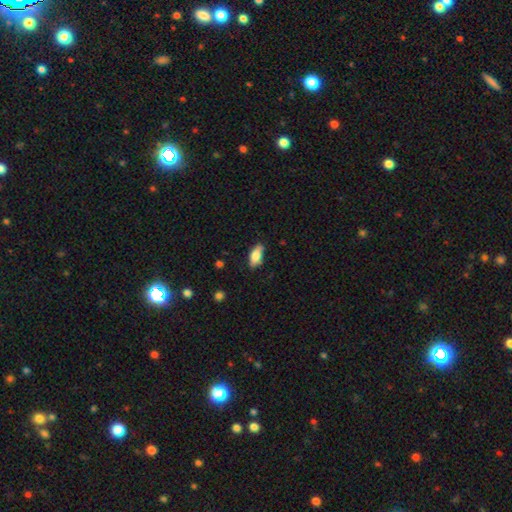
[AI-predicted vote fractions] This appears to be a smooth galaxy with no disk features (78%) that is in between round and cigar-shaped (83%). Merging: none (76%).